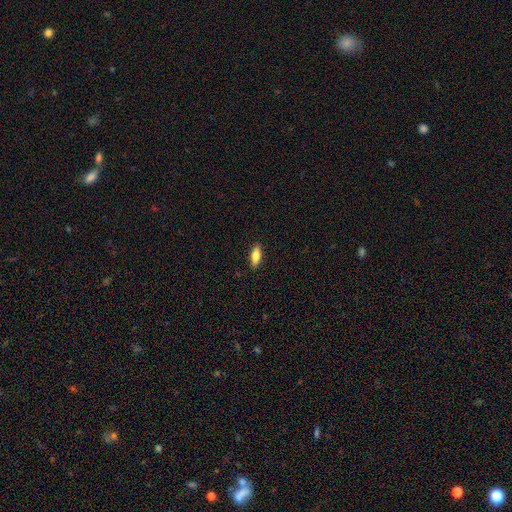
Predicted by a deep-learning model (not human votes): Smooth or featured? smooth (76%)
How rounded? in between (71%)
Merging? none (89%)